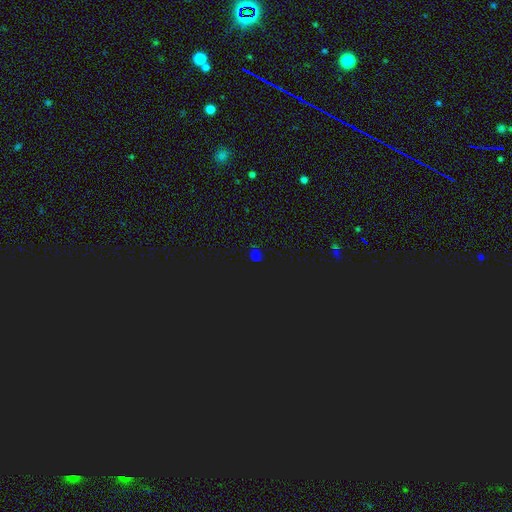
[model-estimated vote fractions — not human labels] This appears to be a star or artifact, not a galaxy (60%).